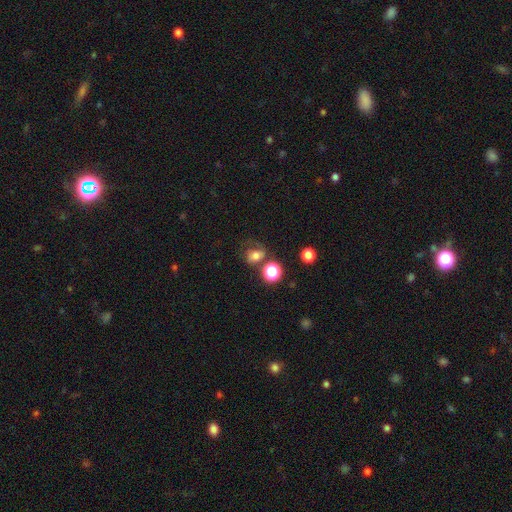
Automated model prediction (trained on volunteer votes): Morphology: type=smooth (57%); roundness=round (58%); merging=none (48%).